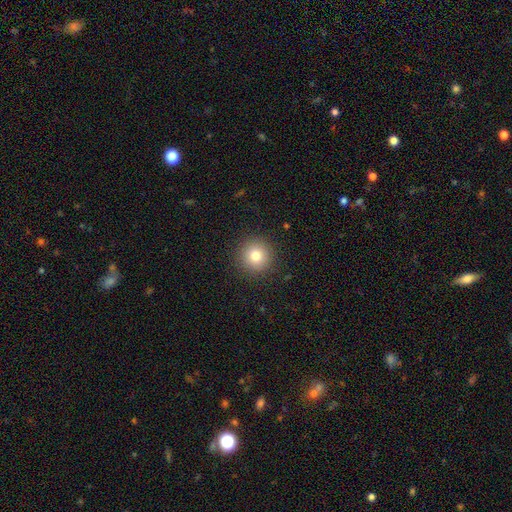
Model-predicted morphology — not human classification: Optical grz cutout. It shows a smooth galaxy with no disk features (79%) that is round (95%). Merging: none (91%).